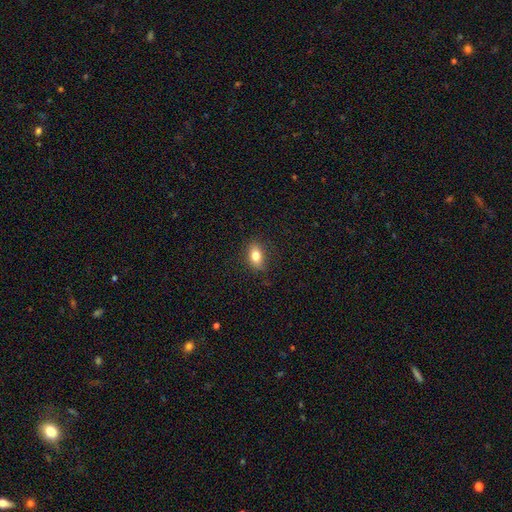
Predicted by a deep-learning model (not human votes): Q: Smooth or featured?
A: smooth (80%); runner-up: featured or disk (11%)
Q: How rounded?
A: in between (82%); runner-up: round (15%)
Q: Merging?
A: none (85%); runner-up: minor disturbance (11%)